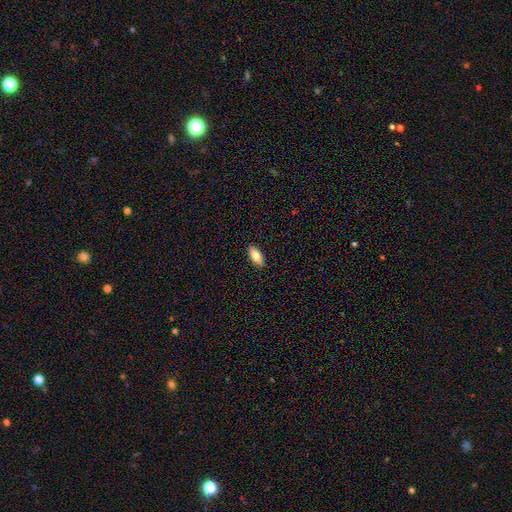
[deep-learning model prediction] Q: Smooth or featured?
A: smooth (80%); runner-up: featured or disk (14%)
Q: How rounded?
A: in between (89%); runner-up: cigar-shaped (8%)
Q: Merging?
A: none (89%); runner-up: minor disturbance (8%)